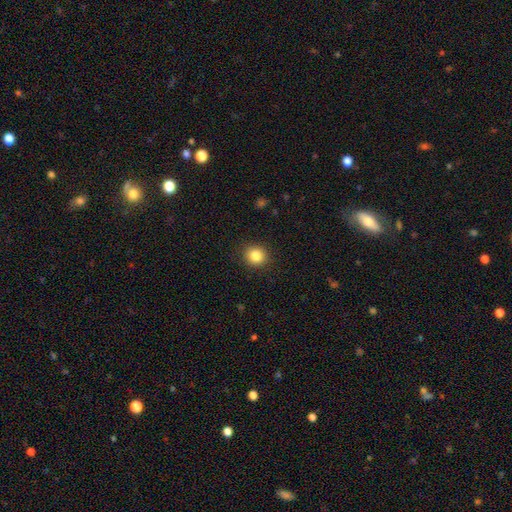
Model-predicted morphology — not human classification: type=smooth (85%); roundness=round (83%); merging=none (91%).